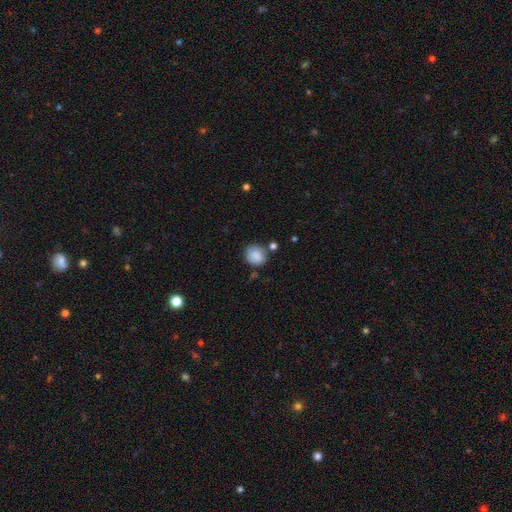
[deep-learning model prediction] A smooth galaxy with no disk features (85%) that is round (78%).

Vote fractions:
- Smooth or featured? smooth: 85% / star or artifact: 8% / featured or disk: 7%
- How rounded? round: 78% / in between: 21% / cigar-shaped: 1%
- Merging? none: 67% / minor disturbance: 19% / merger: 9% / major disturbance: 5%